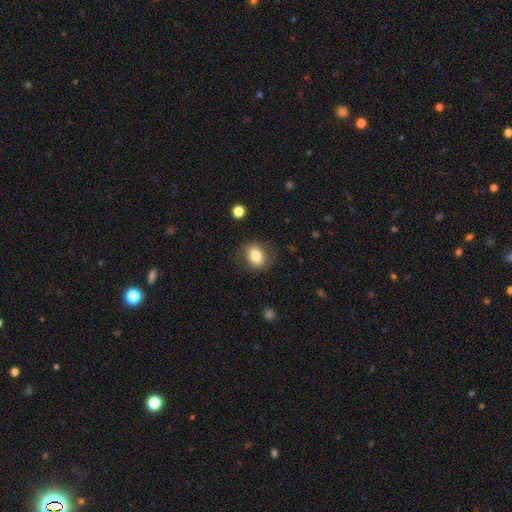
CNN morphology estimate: This appears to be a smooth galaxy with no disk features (81%) that is in between round and cigar-shaped (59%). Merging: none (81%).